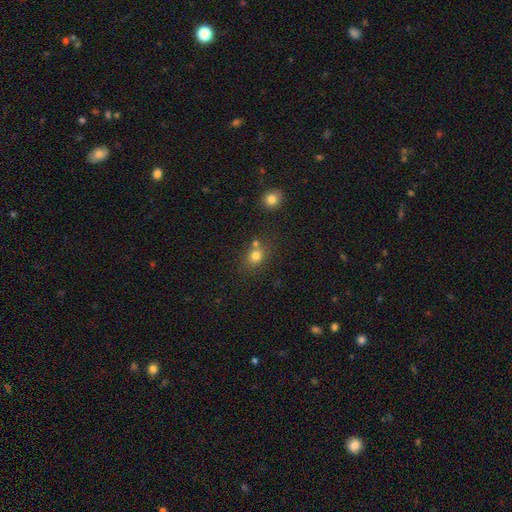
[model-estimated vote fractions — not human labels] smooth 78%, star or artifact 14%, featured or disk 9%. Down the decision tree: how rounded — round (67%); merging — none (62%).